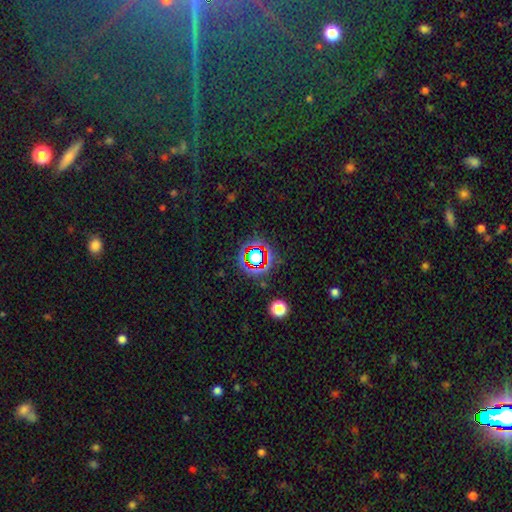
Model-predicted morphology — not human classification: A star or artifact, not a galaxy (66%).

Vote fractions:
- Smooth or featured? star or artifact: 66% / smooth: 23% / featured or disk: 11%